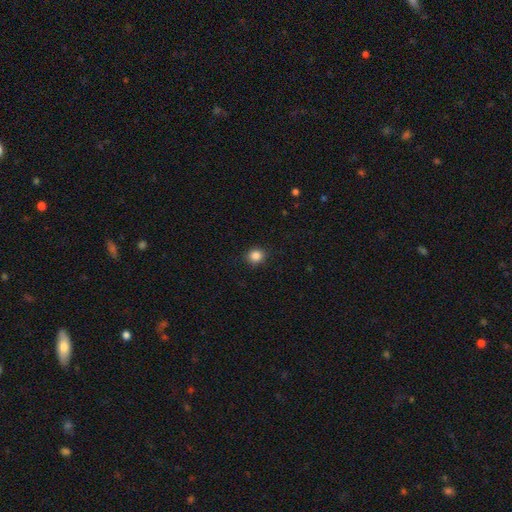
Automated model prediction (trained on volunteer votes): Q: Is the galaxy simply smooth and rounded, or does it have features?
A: smooth — 86%.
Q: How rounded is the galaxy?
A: round — 82%.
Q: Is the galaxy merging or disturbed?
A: none — 90%.